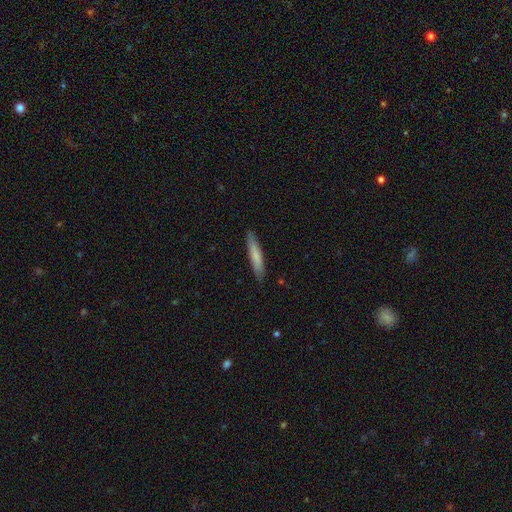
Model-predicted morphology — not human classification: Smooth or featured?
  - smooth: 75% *
  - featured or disk: 19%
  - star or artifact: 5%
How rounded?
  - cigar-shaped: 91% *
  - in between: 8%
  - round: 1%
Merging?
  - none: 88% *
  - minor disturbance: 10%
  - major disturbance: 2%
  - merger: 1%